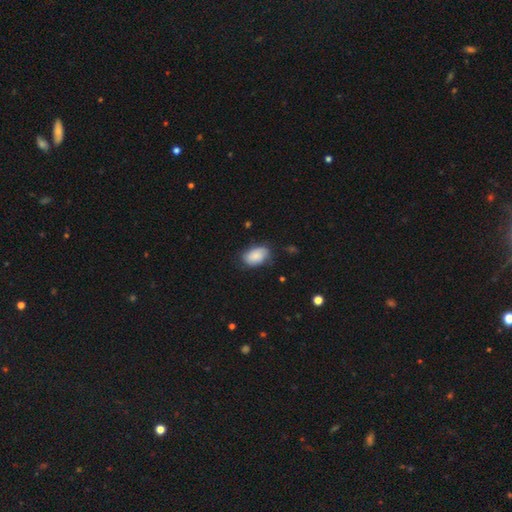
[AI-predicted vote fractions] A smooth galaxy with no disk features (80%) that is in between round and cigar-shaped (90%).

Vote fractions:
- Smooth or featured? smooth: 80% / featured or disk: 13% / star or artifact: 7%
- How rounded? in between: 90% / round: 9% / cigar-shaped: 1%
- Merging? none: 67% / minor disturbance: 25% / major disturbance: 6% / merger: 1%